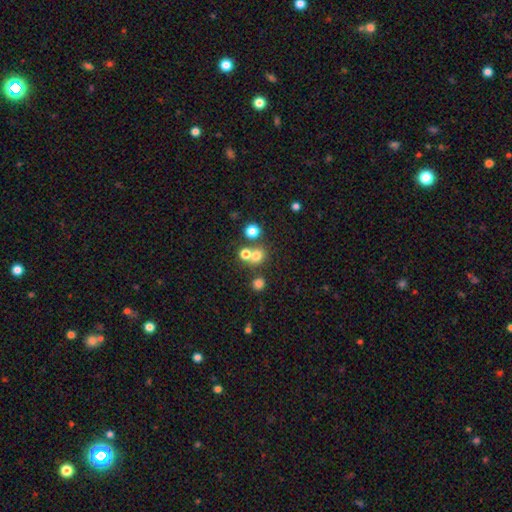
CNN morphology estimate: smooth_or_featured: smooth (p=0.70) [alt: star or artifact p=0.20]
how_rounded: round (p=0.82) [alt: in between p=0.17]
merging: none (p=0.57) [alt: merger p=0.31]